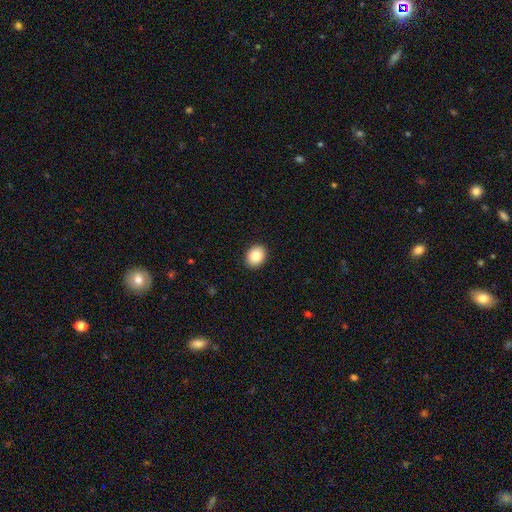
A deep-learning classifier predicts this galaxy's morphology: Smooth or featured?
  - smooth: 84% *
  - star or artifact: 8%
  - featured or disk: 8%
How rounded?
  - in between: 52% *
  - round: 48%
  - cigar-shaped: 1%
Merging?
  - none: 91% *
  - minor disturbance: 6%
  - major disturbance: 2%
  - merger: 1%